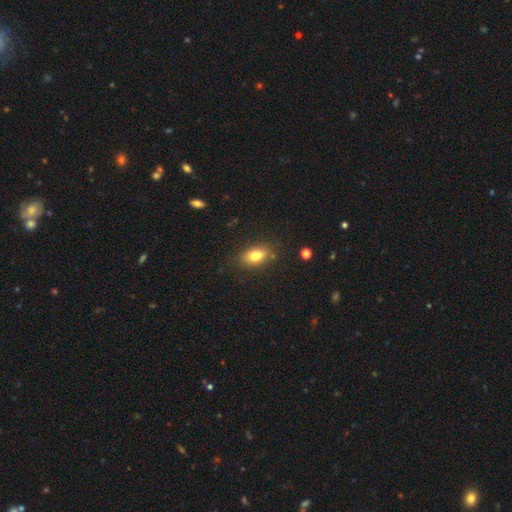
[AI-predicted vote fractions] This appears to be a smooth galaxy with no disk features (81%) that is in between round and cigar-shaped (86%). Merging: none (75%).